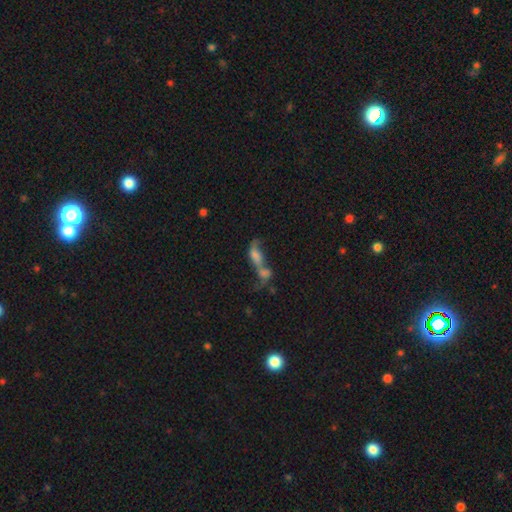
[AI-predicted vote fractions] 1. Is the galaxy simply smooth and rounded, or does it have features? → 45% smooth, 41% featured or disk, 14% star or artifact.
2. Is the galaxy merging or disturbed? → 71% merger, 12% major disturbance, 11% none, 6% minor disturbance.